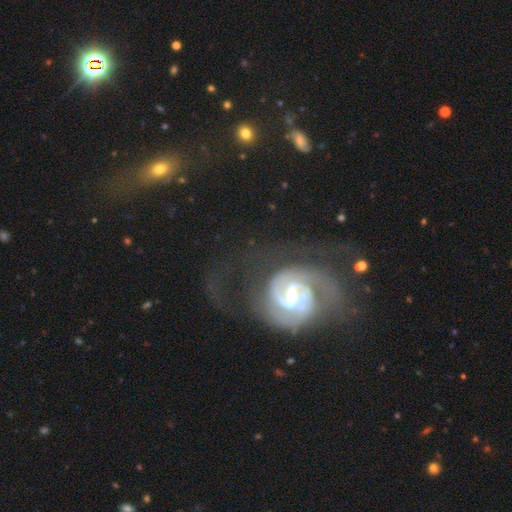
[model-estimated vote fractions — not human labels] smooth-or-featured: featured or disk: 83% | star or artifact: 9% | smooth: 8%
  disk-edge-on: no: 97% | yes: 3%
    bar: no: 44% | weak: 39% | strong: 17%
    has-spiral-arms: yes: 91% | no: 9%
      spiral-winding: tight: 47% | medium: 38% | loose: 16%
      spiral-arm-count: 2: 58% | can't tell: 19% | 3: 8% | 1: 7% | 4: 5% | more than 4: 4%
    bulge-size: moderate: 50% | small: 36% | large: 10% | none: 3% | dominant: 2%
  merging: none: 57% | major disturbance: 23% | minor disturbance: 16% | merger: 4%